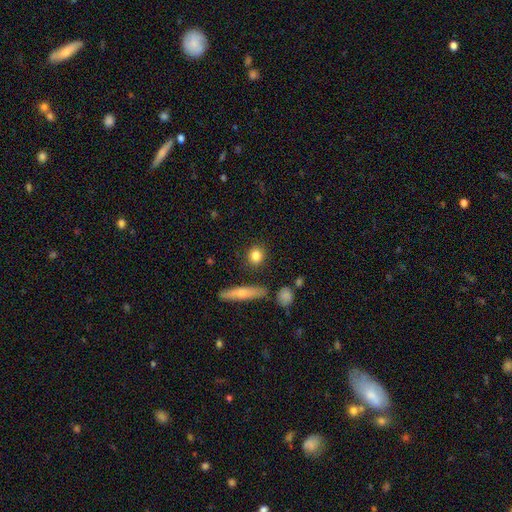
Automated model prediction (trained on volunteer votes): Overall: smooth (81%). How rounded: round (73%). Merging: none (86%).